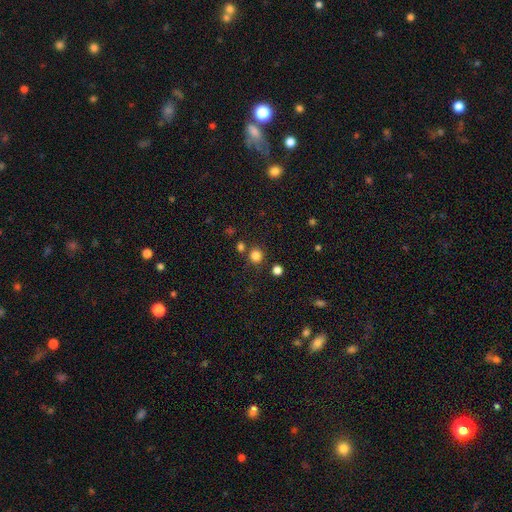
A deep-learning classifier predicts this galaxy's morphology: smooth 82%, star or artifact 14%, featured or disk 4%. Down the decision tree: how rounded — round (90%); merging — none (80%).